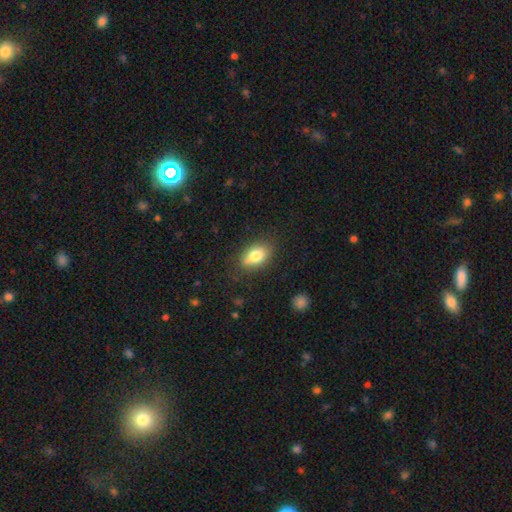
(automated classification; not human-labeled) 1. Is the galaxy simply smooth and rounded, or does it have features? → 80% smooth, 12% featured or disk, 8% star or artifact.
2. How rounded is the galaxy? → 84% in between, 14% round, 2% cigar-shaped.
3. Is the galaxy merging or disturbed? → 77% none, 16% minor disturbance, 4% major disturbance, 3% merger.